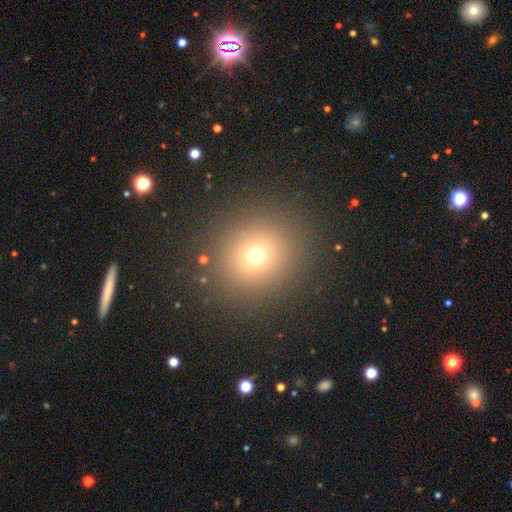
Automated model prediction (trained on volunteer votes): A smooth galaxy with no disk features (68%) that is round (88%). Merging: none (87%).